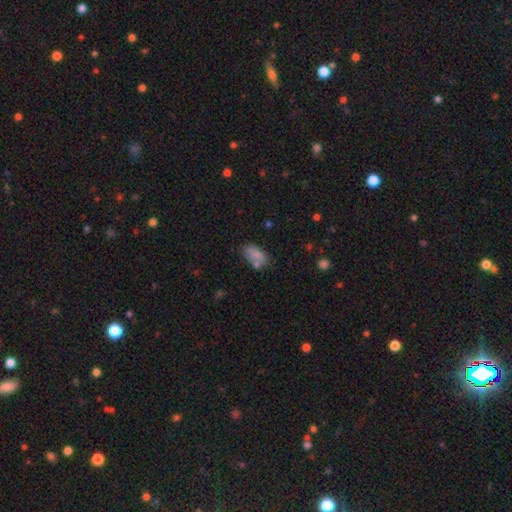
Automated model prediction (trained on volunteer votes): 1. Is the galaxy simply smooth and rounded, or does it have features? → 74% smooth, 16% featured or disk, 9% star or artifact.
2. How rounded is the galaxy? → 91% in between, 6% round, 3% cigar-shaped.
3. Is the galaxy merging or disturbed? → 53% none, 21% minor disturbance, 18% merger, 8% major disturbance.